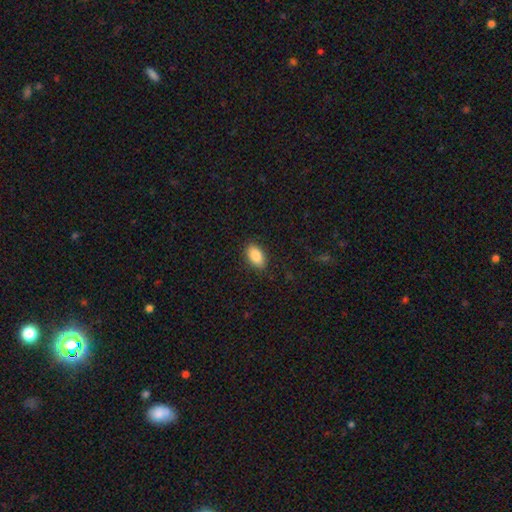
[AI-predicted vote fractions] The model was most divided on "smooth or featured": smooth: 86%, star or artifact: 7%, featured or disk: 6%. More confident: how rounded — in between (92%); merging — none (88%).